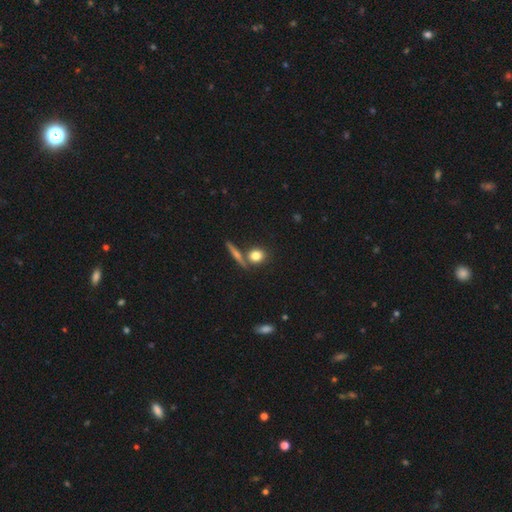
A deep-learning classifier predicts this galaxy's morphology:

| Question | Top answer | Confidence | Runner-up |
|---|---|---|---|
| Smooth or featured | smooth | 78% | featured or disk (12%) |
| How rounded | round | 74% | in between (19%) |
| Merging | none | 70% | merger (18%) |